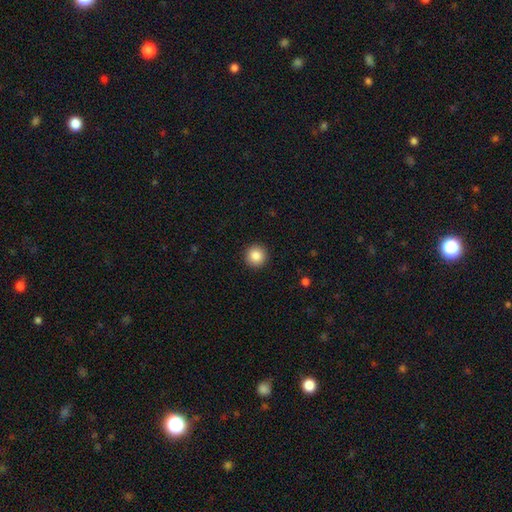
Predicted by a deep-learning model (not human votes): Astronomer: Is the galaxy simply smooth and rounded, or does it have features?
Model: smooth — 86%.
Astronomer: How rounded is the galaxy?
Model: round — 95%.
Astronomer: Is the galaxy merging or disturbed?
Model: none — 93%.